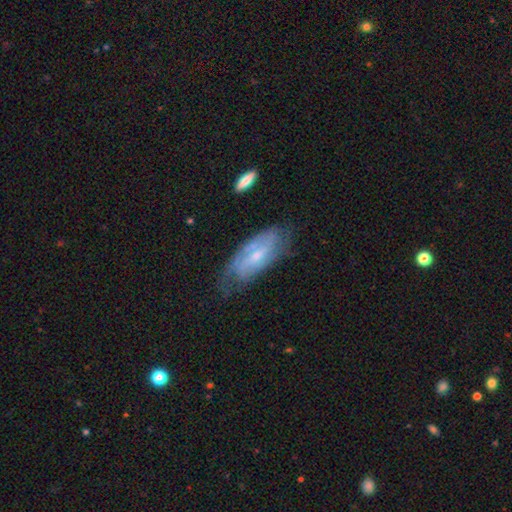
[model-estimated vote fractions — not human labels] Morphology: type=featured or disk (65%); edge-on=no (87%); bar=weak (50%); spiral arms=yes (81%); bulge=small (57%); merging=none (59%).